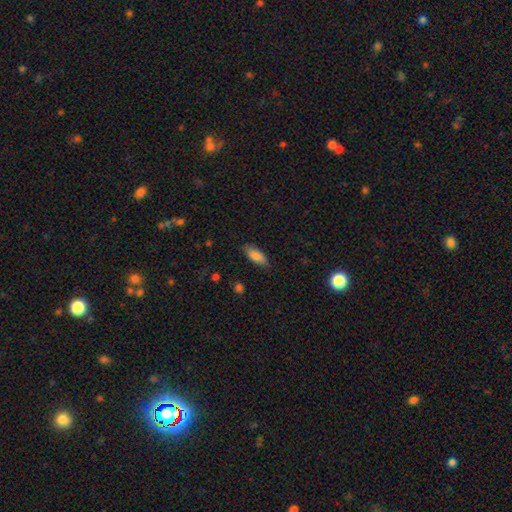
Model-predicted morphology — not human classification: A smooth galaxy with no disk features (85%) that is in between round and cigar-shaped (78%).

Vote fractions:
- Smooth or featured? smooth: 85% / featured or disk: 8% / star or artifact: 7%
- How rounded? in between: 78% / cigar-shaped: 20% / round: 2%
- Merging? none: 83% / minor disturbance: 13% / major disturbance: 3% / merger: 1%